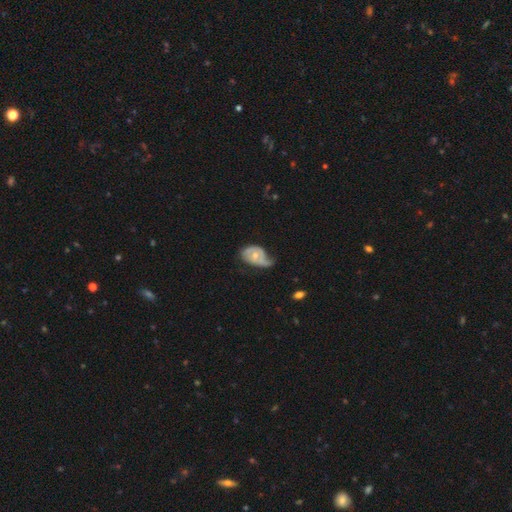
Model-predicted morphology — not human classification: This is likely a featured or disk galaxy (64%). It is clearly not viewed edge-on (96%). Bar: likely no (73%). Spiral arm pattern: likely yes (76%). Central bulge: possibly moderate (55%). Merging: marginally minor disturbance (39%).